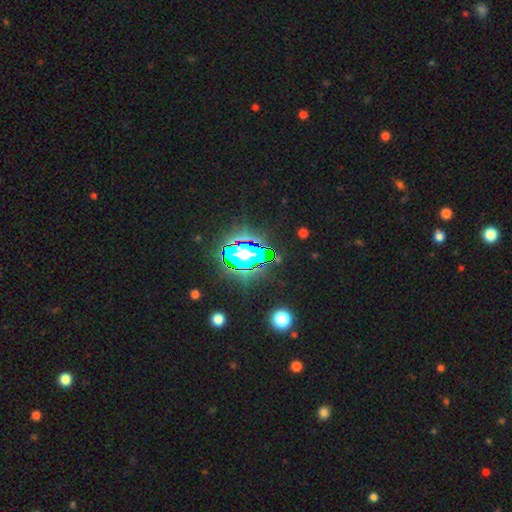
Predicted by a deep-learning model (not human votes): A star or artifact, not a galaxy (76%).